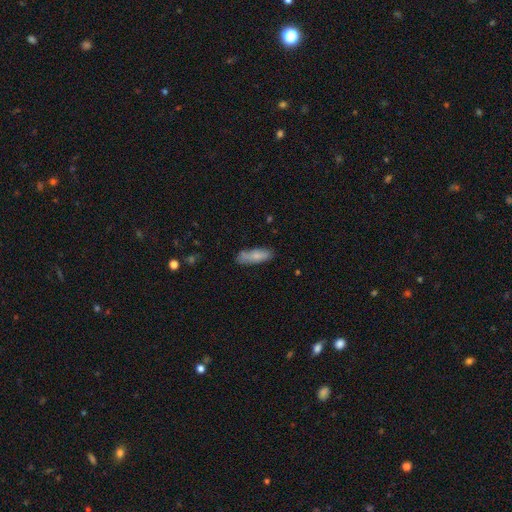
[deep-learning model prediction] Smooth or featured?
  - smooth: 76% *
  - featured or disk: 18%
  - star or artifact: 6%
How rounded?
  - in between: 57% *
  - cigar-shaped: 41%
  - round: 2%
Merging?
  - none: 72% *
  - minor disturbance: 21%
  - major disturbance: 4%
  - merger: 4%